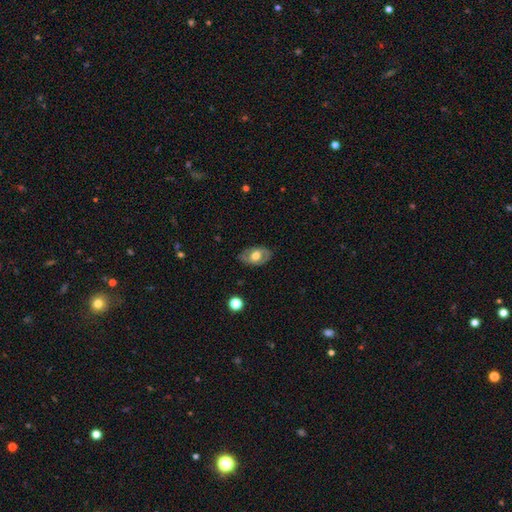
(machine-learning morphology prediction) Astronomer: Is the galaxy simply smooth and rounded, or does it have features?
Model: featured or disk — 49% (runner-up: smooth, 45%).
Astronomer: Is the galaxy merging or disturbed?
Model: none — 78%.